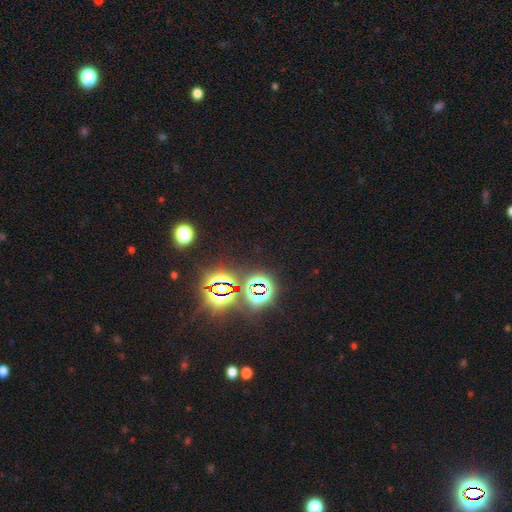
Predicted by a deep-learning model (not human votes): This is clearly a star or artifact rather than a galaxy (81%).